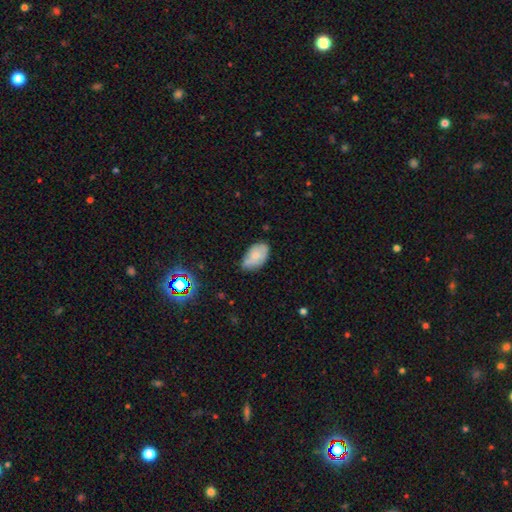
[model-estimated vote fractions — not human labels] Smooth or featured?
  - smooth: 70% *
  - featured or disk: 22%
  - star or artifact: 8%
How rounded?
  - in between: 93% *
  - round: 6%
  - cigar-shaped: 2%
Merging?
  - none: 54% *
  - minor disturbance: 37%
  - major disturbance: 6%
  - merger: 3%